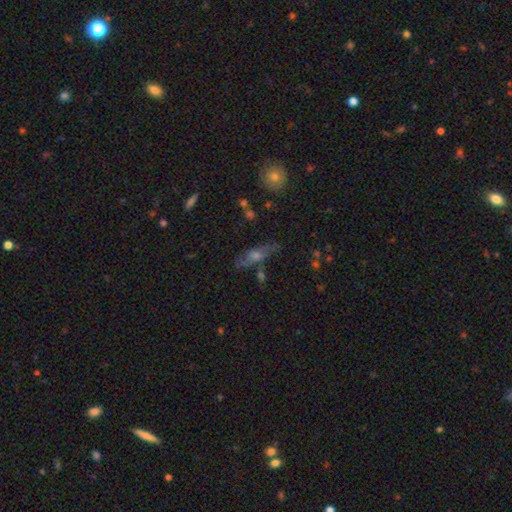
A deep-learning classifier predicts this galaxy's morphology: Q: Smooth or featured?
A: featured or disk (52%); runner-up: smooth (32%)
Q: Edge-on disk?
A: yes (56%); runner-up: no (44%)
Q: Merging?
A: none (69%); runner-up: minor disturbance (17%)